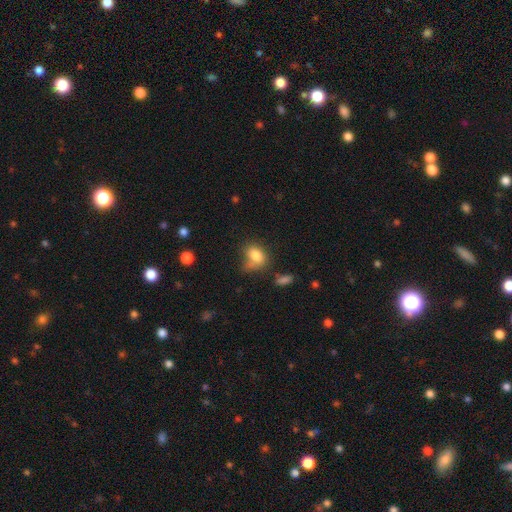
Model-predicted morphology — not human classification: The model was most divided on "merging": none: 44%, minor disturbance: 27%, major disturbance: 15%, merger: 14%. More confident: smooth or featured — smooth (80%); how rounded — in between (72%).